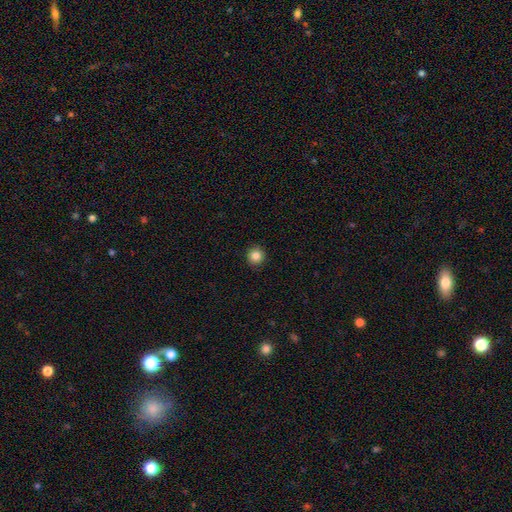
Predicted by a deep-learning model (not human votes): This appears to be a smooth galaxy with no disk features (85%) that is round (94%). Merging: none (92%).